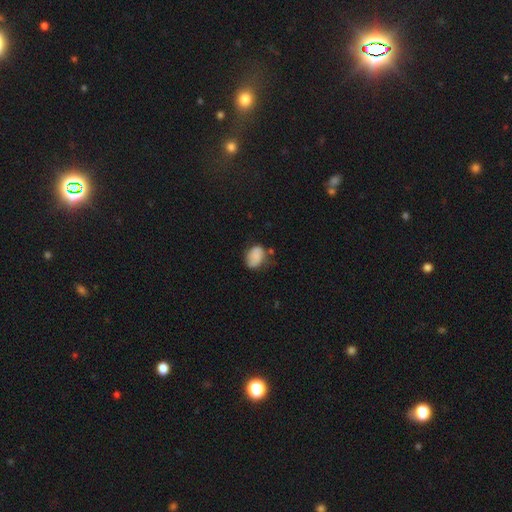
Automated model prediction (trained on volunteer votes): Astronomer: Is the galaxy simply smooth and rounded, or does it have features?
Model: smooth — 79%.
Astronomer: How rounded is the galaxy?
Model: in between — 74%.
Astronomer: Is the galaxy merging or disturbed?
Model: none — 47% (runner-up: minor disturbance, 35%).